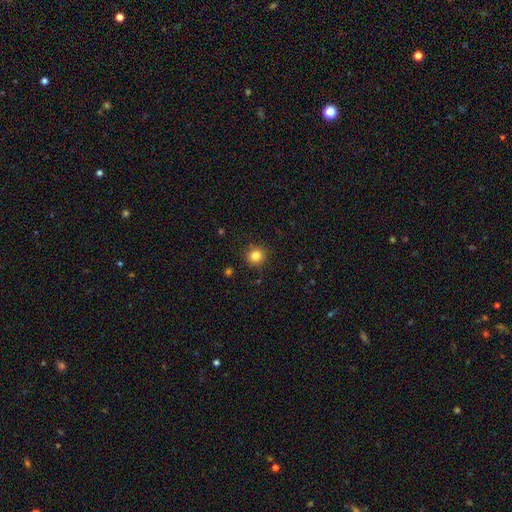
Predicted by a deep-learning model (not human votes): A smooth galaxy with no disk features (83%) that is round (92%). Merging: none (89%).